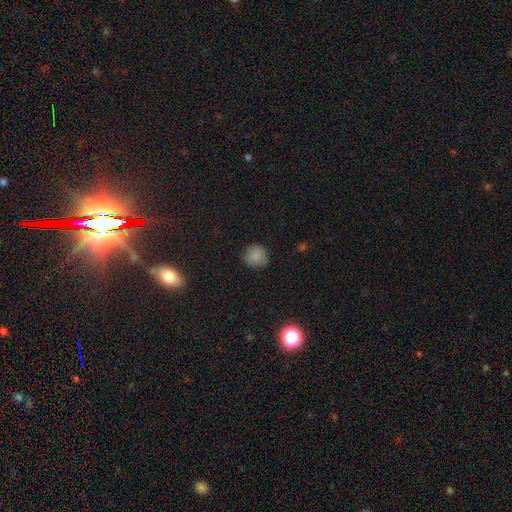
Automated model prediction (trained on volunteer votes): Morphology: type=smooth (84%); roundness=round (91%); merging=none (81%).